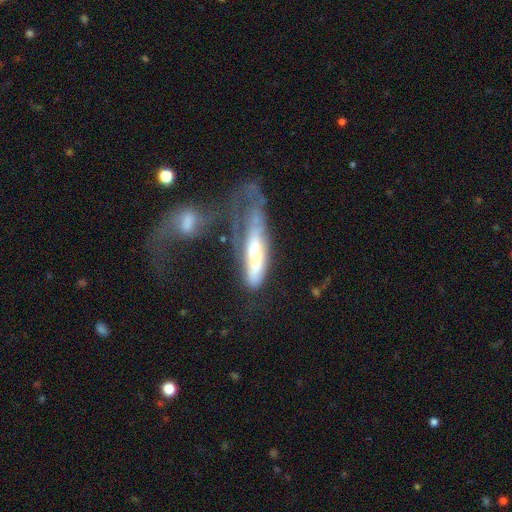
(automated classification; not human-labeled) The model was most divided on "merging": major disturbance: 37%, merger: 30%, none: 17%, minor disturbance: 15%. More confident: edge-on disk — no (64%); smooth or featured — featured or disk (56%).